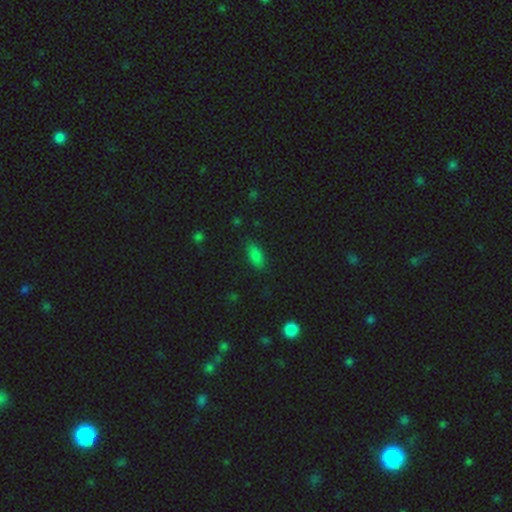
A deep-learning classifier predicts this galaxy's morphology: Overall: smooth (81%). How rounded: in between (87%). Merging: none (82%).